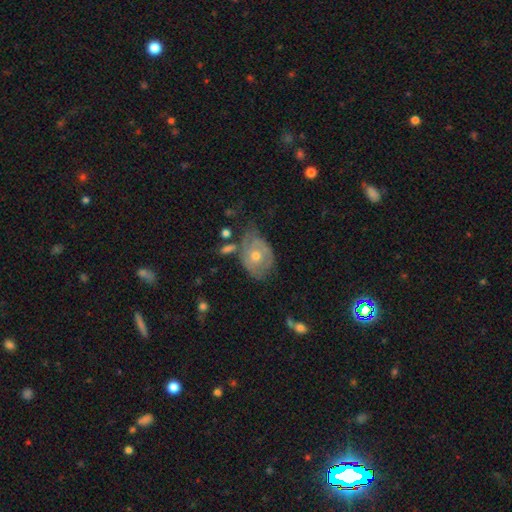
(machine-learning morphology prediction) Q: Smooth or featured?
A: featured or disk (59%); runner-up: smooth (33%)
Q: Edge-on disk?
A: no (95%); runner-up: yes (5%)
Q: Bar?
A: no (84%); runner-up: weak (13%)
Q: Spiral arms?
A: yes (58%); runner-up: no (42%)
Q: Bulge size?
A: moderate (63%); runner-up: small (33%)
Q: Merging?
A: none (43%); runner-up: minor disturbance (34%)